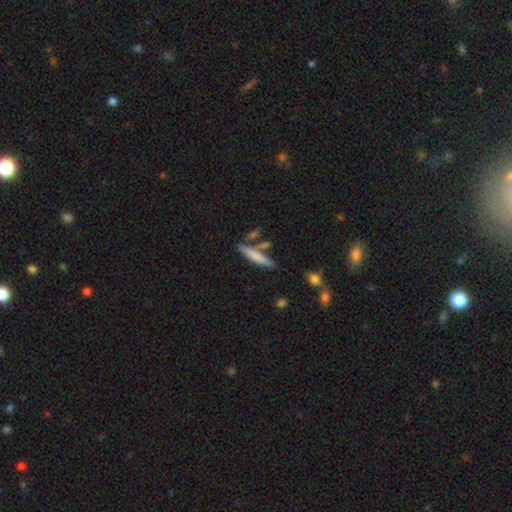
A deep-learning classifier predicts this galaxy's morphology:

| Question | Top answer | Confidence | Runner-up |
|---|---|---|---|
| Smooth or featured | smooth | 72% | featured or disk (22%) |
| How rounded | cigar-shaped | 85% | in between (14%) |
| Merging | none | 67% | merger (16%) |